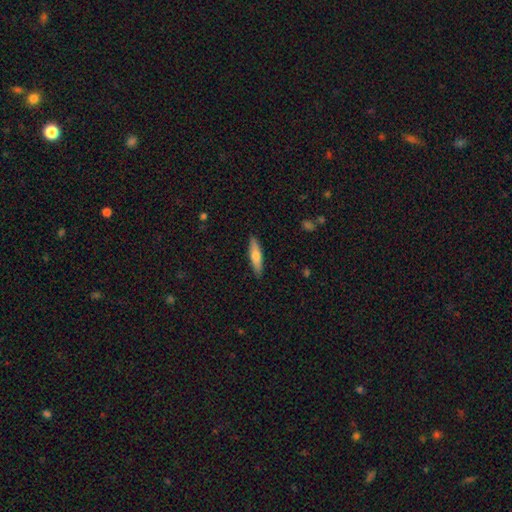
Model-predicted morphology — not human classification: Q: Smooth or featured?
A: smooth (65%); runner-up: featured or disk (29%)
Q: How rounded?
A: cigar-shaped (78%); runner-up: in between (20%)
Q: Merging?
A: none (89%); runner-up: minor disturbance (8%)